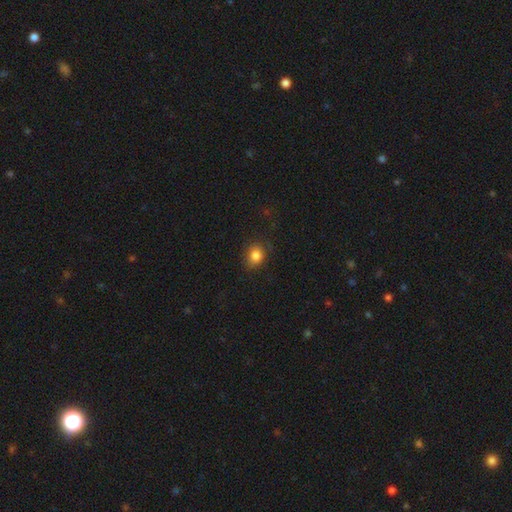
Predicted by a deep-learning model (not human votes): This appears to be a smooth galaxy with no disk features (84%) that is round (65%). Merging: none (81%).